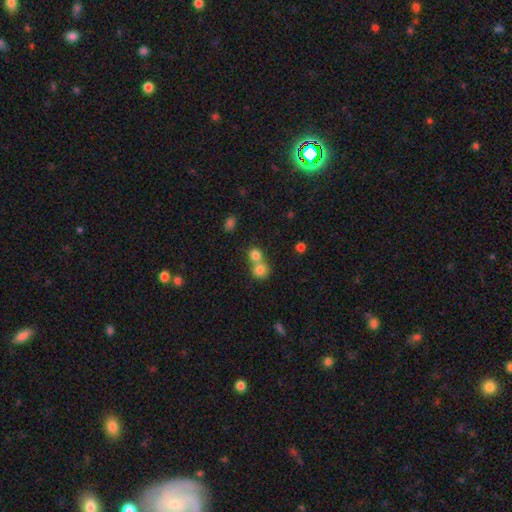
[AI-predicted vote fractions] Overall: smooth (79%). How rounded: round (81%). Merging: merger (54%; none 39%).